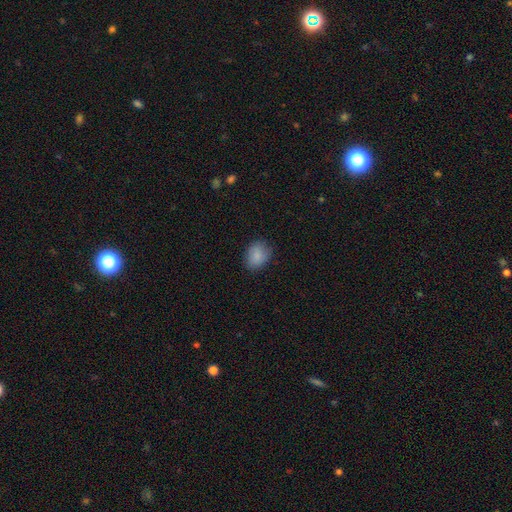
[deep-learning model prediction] Smooth or featured: smooth — 87% (star or artifact — 8%)
How rounded: in between — 60% (round — 39%)
Merging: none — 80% (minor disturbance — 15%)